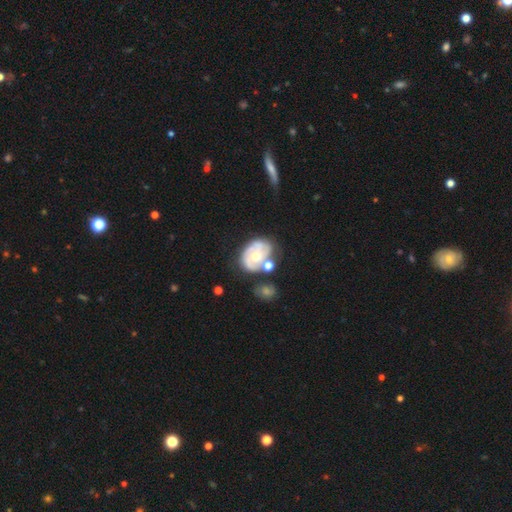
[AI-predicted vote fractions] Overall: featured or disk (73%). Edge-on disk: no (97%). Bar: no (76%). Spiral arms: yes (85%). Spiral arm count: 2 (32%; can't tell 29%). Spiral winding: tight (57%; medium 33%). Bulge size: moderate (59%; small 32%). Merging: none (47%; merger 22%).